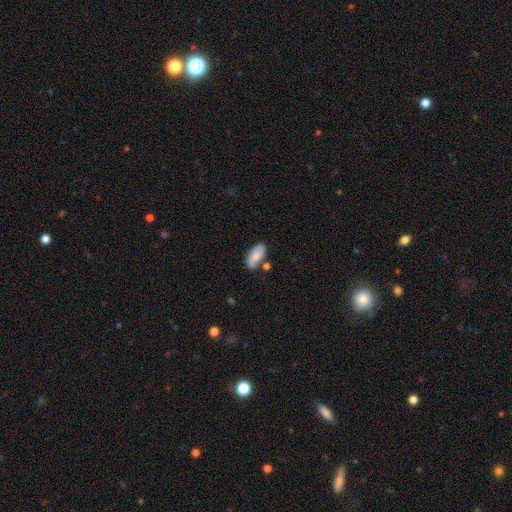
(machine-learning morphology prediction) smooth_or_featured: smooth (p=0.74) [alt: featured or disk p=0.20]
how_rounded: in between (p=0.90) [alt: cigar-shaped p=0.07]
merging: none (p=0.65) [alt: minor disturbance p=0.19]